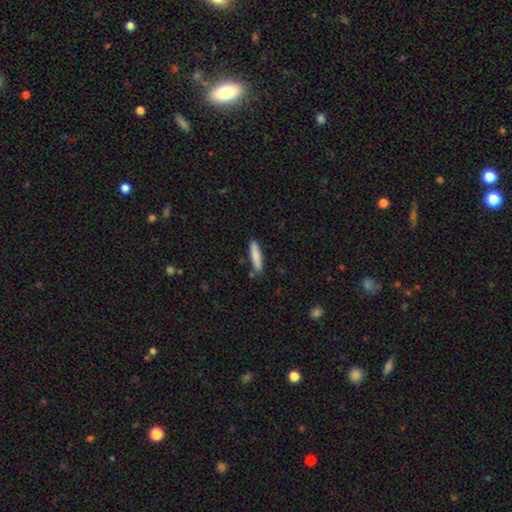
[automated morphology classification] Smooth or featured?
  - smooth: 83% *
  - featured or disk: 11%
  - star or artifact: 6%
How rounded?
  - cigar-shaped: 85% *
  - in between: 13%
  - round: 1%
Merging?
  - none: 84% *
  - minor disturbance: 11%
  - merger: 3%
  - major disturbance: 2%